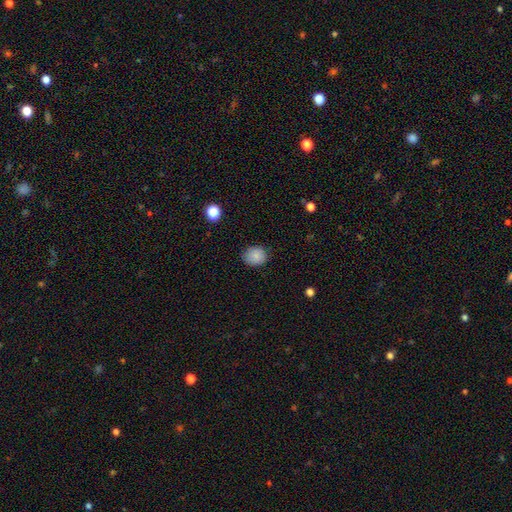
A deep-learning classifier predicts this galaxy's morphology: Q: Smooth or featured?
A: smooth (84%); runner-up: star or artifact (9%)
Q: How rounded?
A: round (68%); runner-up: in between (31%)
Q: Merging?
A: none (82%); runner-up: minor disturbance (14%)